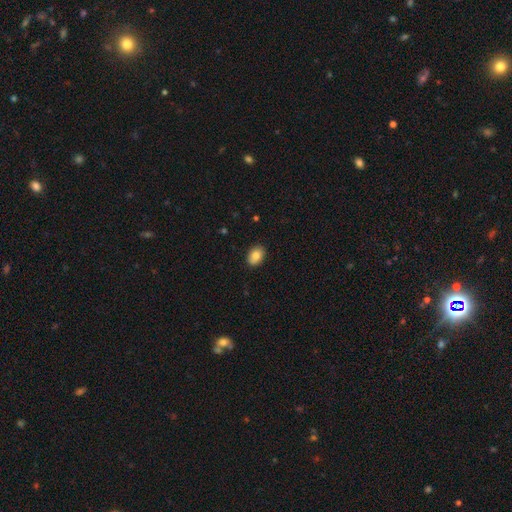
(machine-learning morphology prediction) Smooth or featured?
  - smooth: 82% *
  - featured or disk: 10%
  - star or artifact: 8%
How rounded?
  - in between: 77% *
  - round: 22%
  - cigar-shaped: 1%
Merging?
  - none: 86% *
  - minor disturbance: 11%
  - major disturbance: 2%
  - merger: 1%